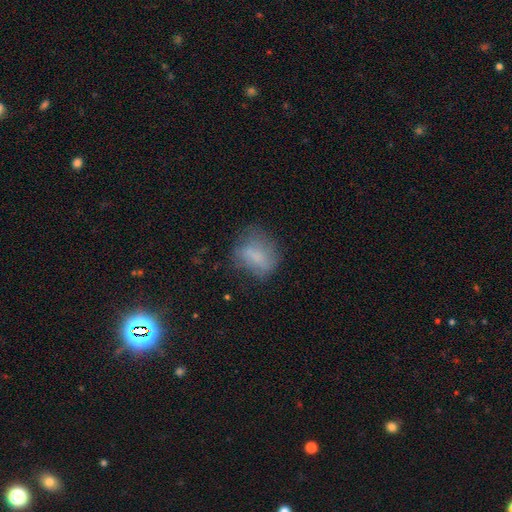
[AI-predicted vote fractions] Morphology: type=smooth (65%); roundness=in between (57%); merging=none (52%).